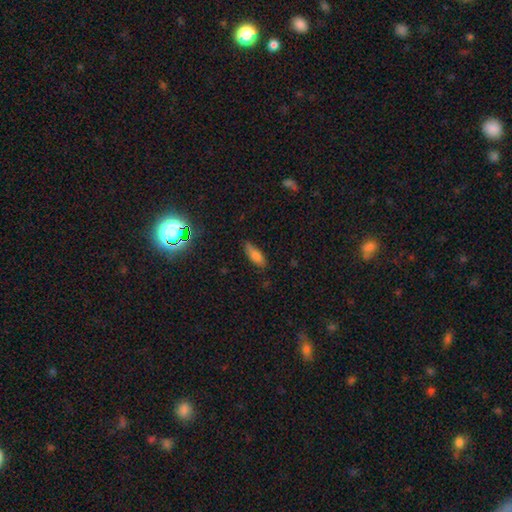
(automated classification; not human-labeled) Q: Smooth or featured?
A: smooth (78%); runner-up: featured or disk (12%)
Q: How rounded?
A: in between (66%); runner-up: cigar-shaped (32%)
Q: Merging?
A: none (79%); runner-up: minor disturbance (16%)